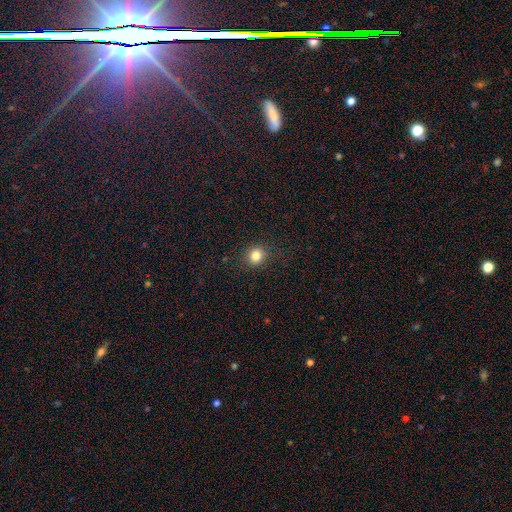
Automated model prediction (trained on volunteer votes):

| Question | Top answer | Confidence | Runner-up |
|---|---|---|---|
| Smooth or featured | smooth | 83% | star or artifact (12%) |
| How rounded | round | 81% | in between (18%) |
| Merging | none | 88% | minor disturbance (8%) |